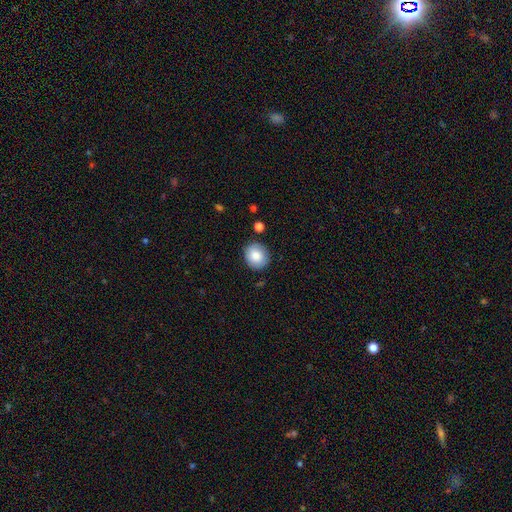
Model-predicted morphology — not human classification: smooth_or_featured: smooth (p=0.83) [alt: featured or disk p=0.09]
how_rounded: round (p=0.79) [alt: in between p=0.20]
merging: none (p=0.86) [alt: minor disturbance p=0.09]